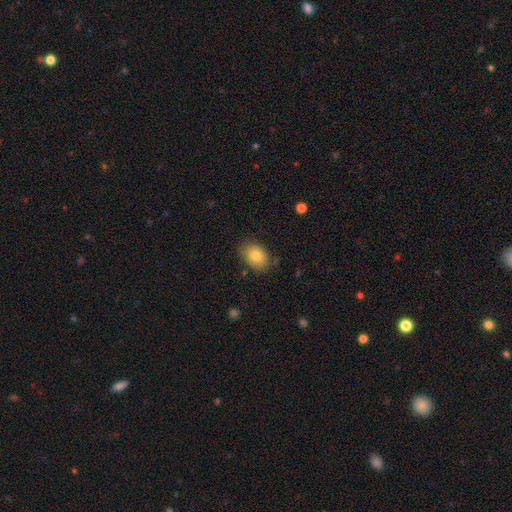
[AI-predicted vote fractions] Morphology: type=smooth (80%); roundness=in between (80%); merging=none (78%).